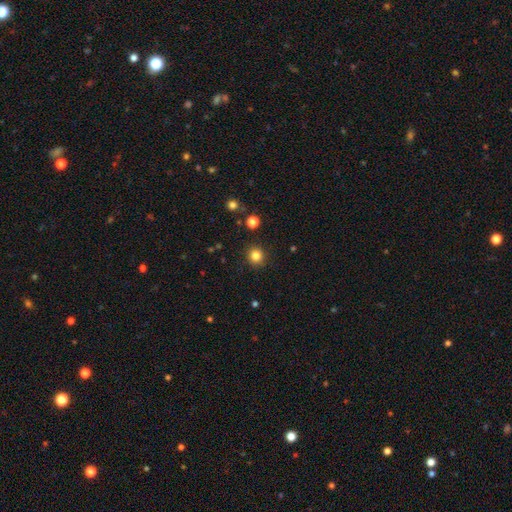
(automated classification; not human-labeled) This is clearly a smooth galaxy (83%). How rounded: clearly round (92%). Merging: clearly none (91%).